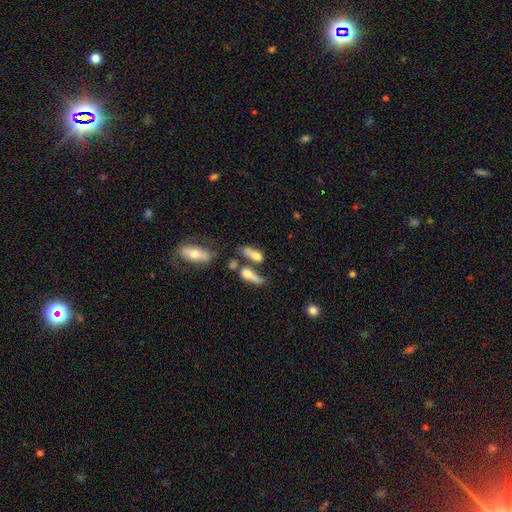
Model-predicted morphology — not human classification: This appears to be a smooth galaxy with no disk features (58%) that is in between round and cigar-shaped (55%). Merging: merger (36%).